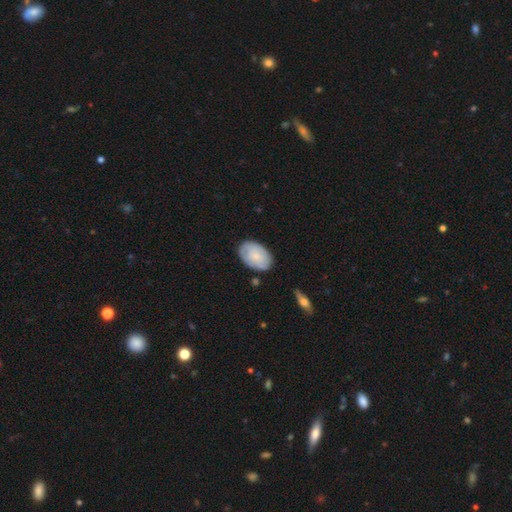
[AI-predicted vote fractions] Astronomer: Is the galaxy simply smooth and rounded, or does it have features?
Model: smooth — 58% (runner-up: featured or disk, 36%).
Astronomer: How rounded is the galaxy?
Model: in between — 87%.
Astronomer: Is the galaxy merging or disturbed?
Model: none — 78%.